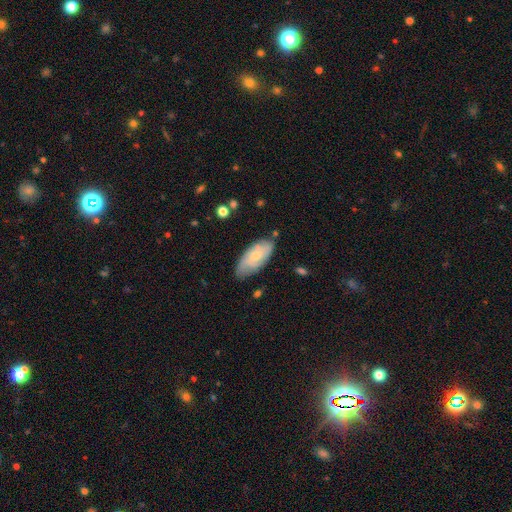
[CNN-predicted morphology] Overall: featured or disk (52%; smooth 42%). Edge-on disk: no (89%). Merging: none (71%).